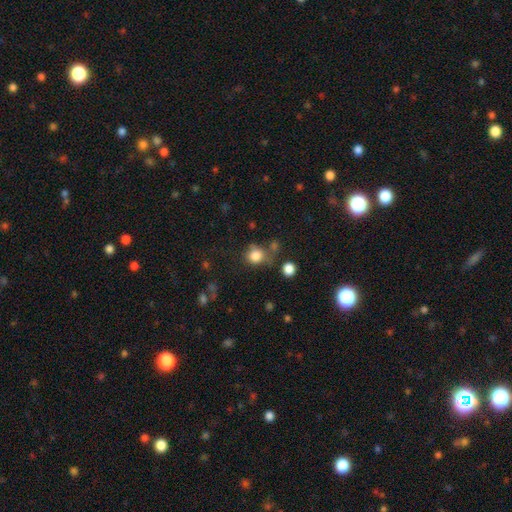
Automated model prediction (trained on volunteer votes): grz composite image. It shows a smooth galaxy with no disk features (82%) that is round (83%). Merging: none (57%).